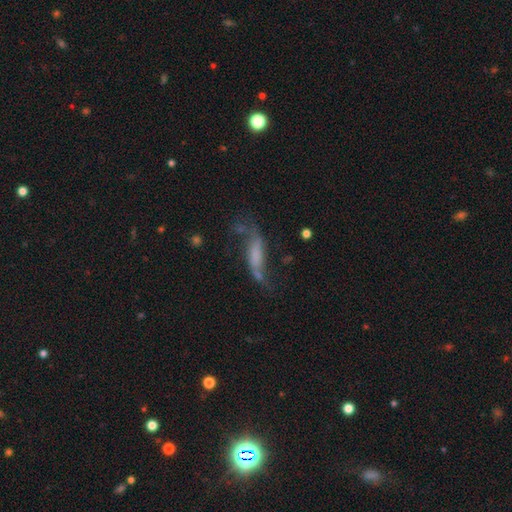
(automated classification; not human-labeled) Smooth or featured?
  - featured or disk: 59% *
  - smooth: 29%
  - star or artifact: 12%
Edge-on disk?
  - no: 76% *
  - yes: 24%
Merging?
  - none: 47% *
  - major disturbance: 24%
  - minor disturbance: 22%
  - merger: 7%